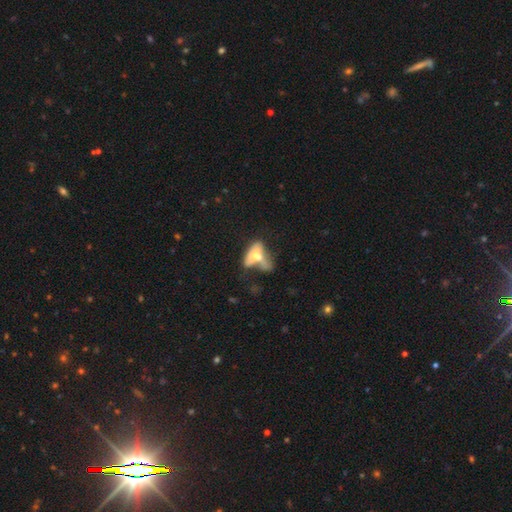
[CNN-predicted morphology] Q: Smooth or featured?
A: smooth (53%); runner-up: featured or disk (37%)
Q: How rounded?
A: in between (78%); runner-up: cigar-shaped (14%)
Q: Merging?
A: merger (50%); runner-up: major disturbance (20%)